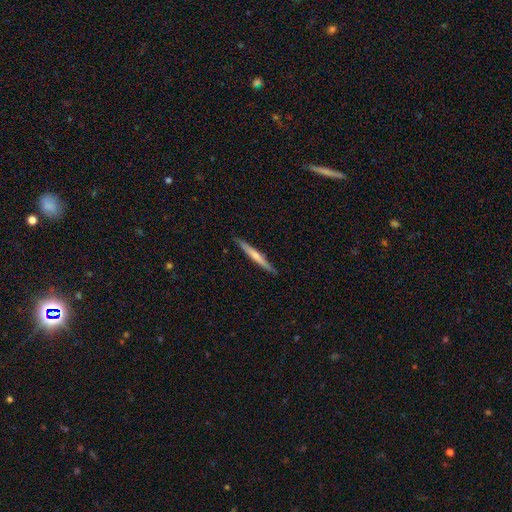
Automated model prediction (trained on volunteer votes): This is possibly a smooth galaxy (50%). Merging: clearly none (90%).